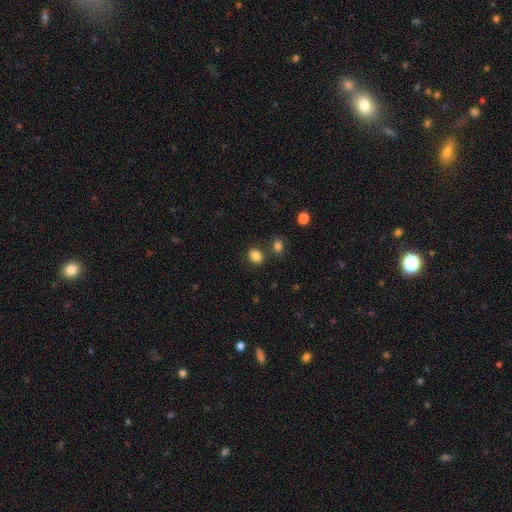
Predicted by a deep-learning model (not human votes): Smooth or featured? Predicted: smooth (p=0.85). How rounded? Predicted: in between (p=0.56). Merging? Predicted: none (p=0.76).